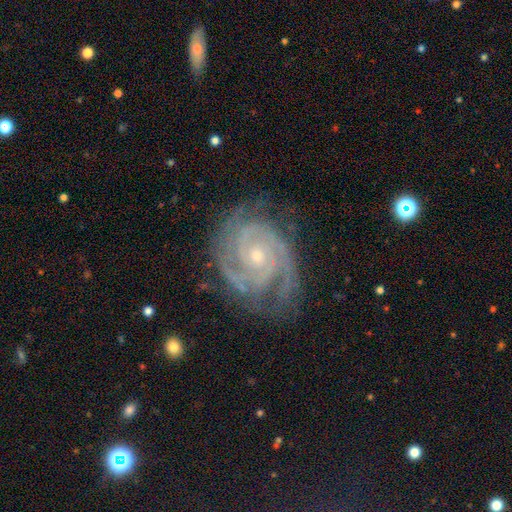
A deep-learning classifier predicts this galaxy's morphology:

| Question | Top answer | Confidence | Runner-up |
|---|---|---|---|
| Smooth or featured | featured or disk | 91% | star or artifact (5%) |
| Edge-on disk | no | 98% | yes (2%) |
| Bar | no | 71% | weak (22%) |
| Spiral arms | yes | 98% | no (2%) |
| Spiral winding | tight | 74% | medium (24%) |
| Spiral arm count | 2 | 43% | 3 (29%) |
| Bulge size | small | 68% | moderate (28%) |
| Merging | none | 75% | minor disturbance (18%) |